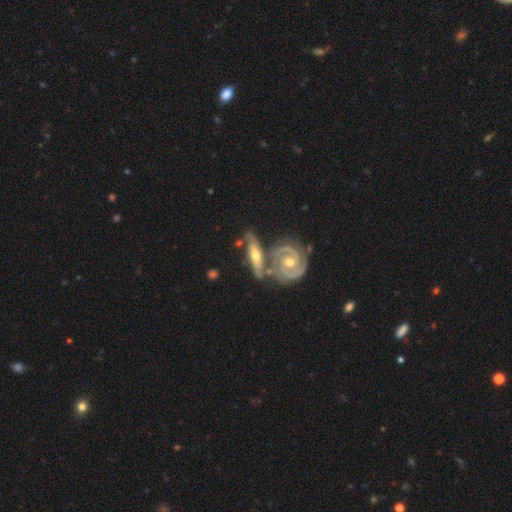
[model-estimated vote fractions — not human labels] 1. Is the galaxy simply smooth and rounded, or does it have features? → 73% featured or disk, 22% smooth, 5% star or artifact.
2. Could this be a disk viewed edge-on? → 72% no, 28% yes.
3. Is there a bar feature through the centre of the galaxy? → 61% no, 27% weak, 12% strong.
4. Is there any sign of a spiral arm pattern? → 86% yes, 14% no.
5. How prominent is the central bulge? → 60% moderate, 34% small, 4% large, 1% none, 1% dominant.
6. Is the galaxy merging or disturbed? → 52% none, 28% merger, 15% minor disturbance, 5% major disturbance.